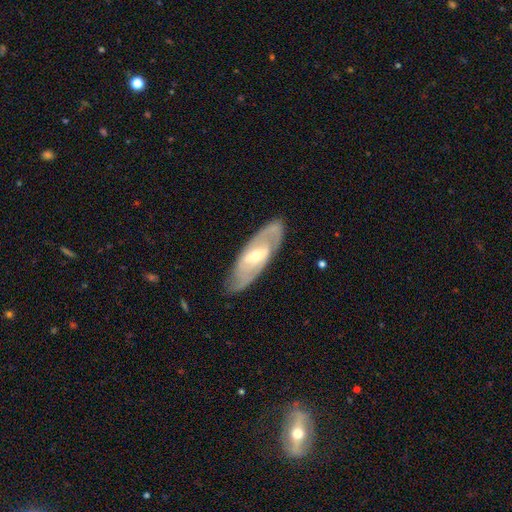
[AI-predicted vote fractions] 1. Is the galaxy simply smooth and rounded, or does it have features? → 80% featured or disk, 16% smooth, 5% star or artifact.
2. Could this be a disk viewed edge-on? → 86% no, 14% yes.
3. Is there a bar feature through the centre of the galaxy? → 45% strong, 42% weak, 14% no.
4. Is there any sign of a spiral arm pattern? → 82% yes, 18% no.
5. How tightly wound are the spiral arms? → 44% medium, 39% tight, 17% loose.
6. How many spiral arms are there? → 77% 2, 16% can't tell, 2% 3, 2% 1, 1% 4, 1% more than 4.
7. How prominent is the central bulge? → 49% small, 45% moderate, 3% large, 2% none, 1% dominant.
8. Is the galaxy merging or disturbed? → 81% none, 13% minor disturbance, 4% major disturbance, 1% merger.